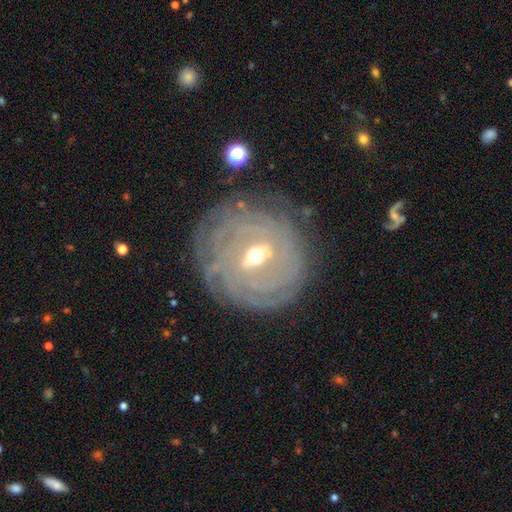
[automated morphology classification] This is clearly a featured or disk galaxy (85%). It is clearly not viewed edge-on (94%). Bar: possibly weak (46%). Spiral arm pattern: clearly yes (90%). Spiral arm count: marginally can't tell (41%). Spiral winding: clearly tight (83%). Central bulge: possibly moderate (55%). Merging: likely none (77%).